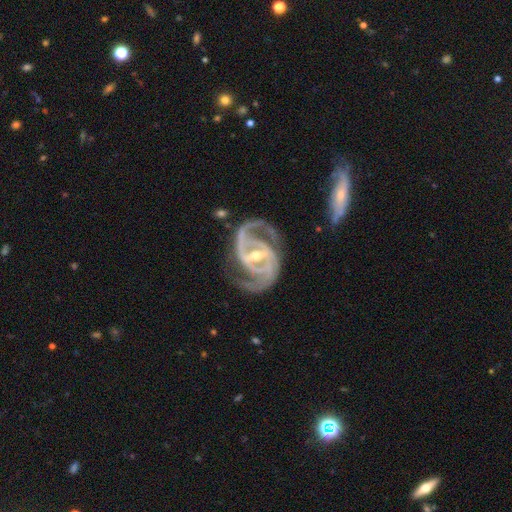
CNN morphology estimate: type=featured or disk (94%); edge-on=no (97%); bar=strong (65%); spiral arms=yes (98%); winding=medium (55%); arm count=2 (87%); bulge=moderate (58%); merging=none (70%).